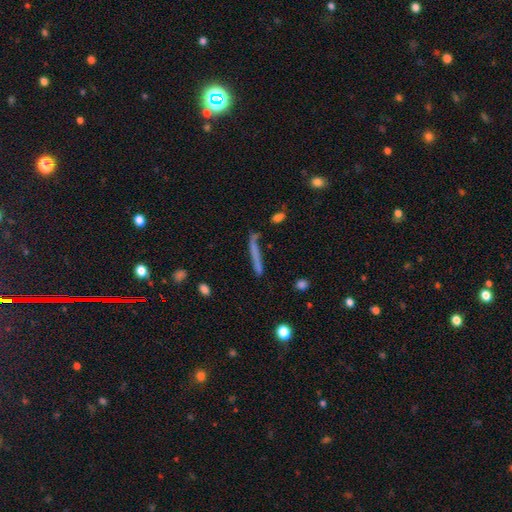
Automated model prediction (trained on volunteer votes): smooth_or_featured: smooth (p=0.56) [alt: featured or disk p=0.34]
how_rounded: cigar-shaped (p=0.93) [alt: in between p=0.04]
merging: none (p=0.69) [alt: minor disturbance p=0.18]